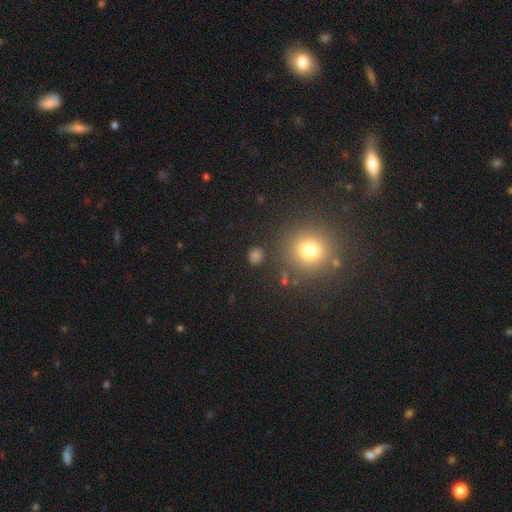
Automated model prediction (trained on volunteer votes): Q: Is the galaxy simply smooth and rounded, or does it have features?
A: smooth — 70%.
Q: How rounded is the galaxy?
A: round — 80%.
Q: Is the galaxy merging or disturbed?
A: none — 84%.